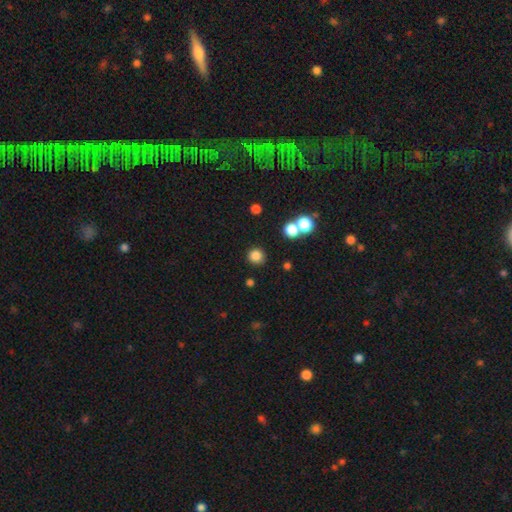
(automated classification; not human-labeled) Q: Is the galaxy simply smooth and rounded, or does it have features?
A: smooth — 82%.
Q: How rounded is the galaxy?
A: round — 92%.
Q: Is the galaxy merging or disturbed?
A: none — 84%.